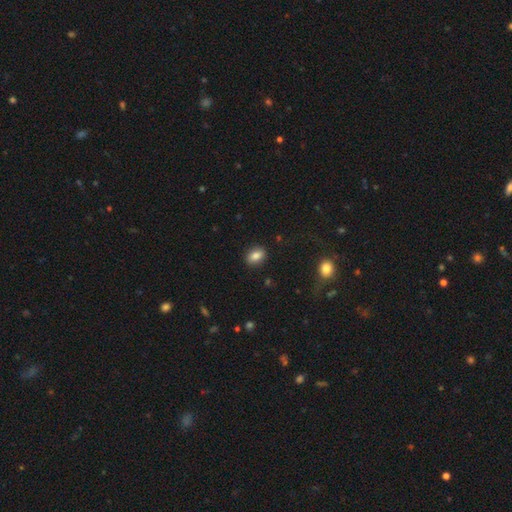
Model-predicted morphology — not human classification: Q: Smooth or featured?
A: smooth (83%); runner-up: star or artifact (9%)
Q: How rounded?
A: in between (76%); runner-up: round (22%)
Q: Merging?
A: none (88%); runner-up: minor disturbance (8%)